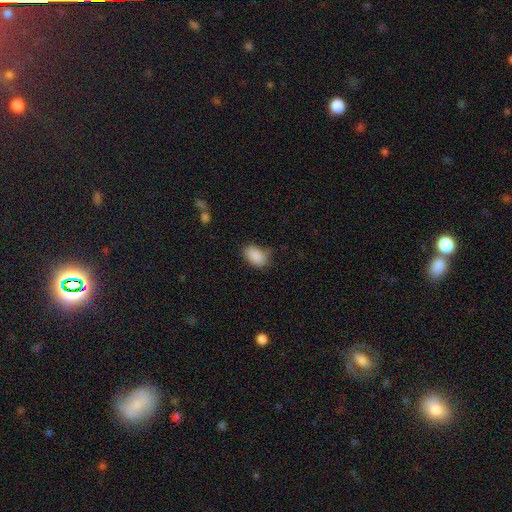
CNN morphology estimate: This is clearly a smooth galaxy (88%). How rounded: clearly in between (91%). Merging: likely none (70%).